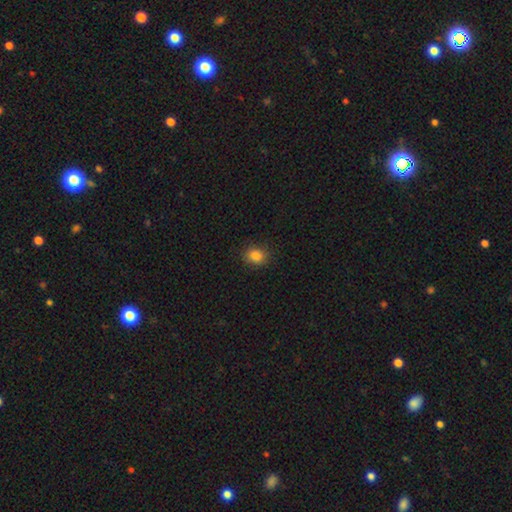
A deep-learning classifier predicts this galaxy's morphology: This appears to be a smooth galaxy with no disk features (85%) that is round (58%). Merging: none (87%).